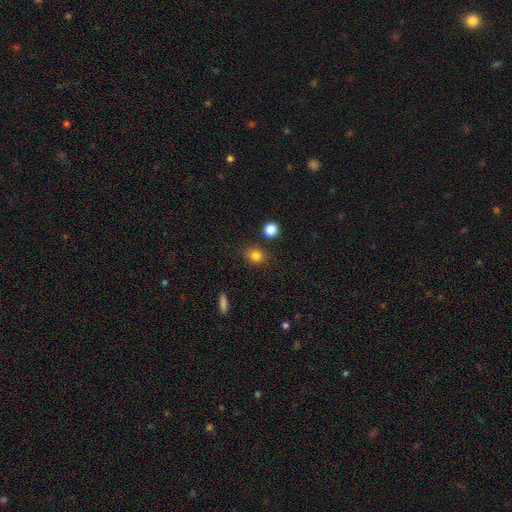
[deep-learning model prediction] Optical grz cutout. It shows a smooth galaxy with no disk features (83%) that is round (66%). Merging: none (82%).